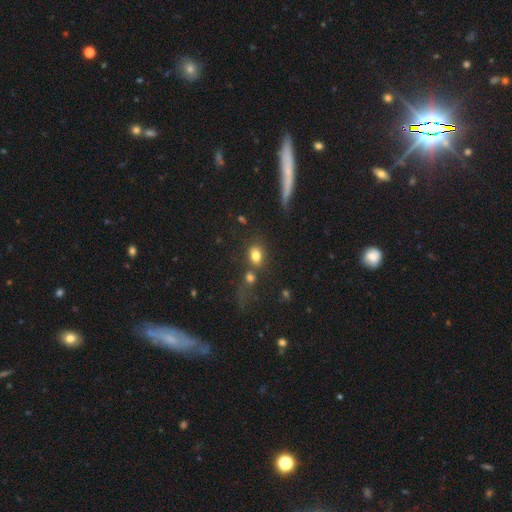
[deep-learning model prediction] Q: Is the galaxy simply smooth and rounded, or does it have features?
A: smooth — 78%.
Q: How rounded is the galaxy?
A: in between — 67%.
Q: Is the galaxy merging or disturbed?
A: none — 54%.